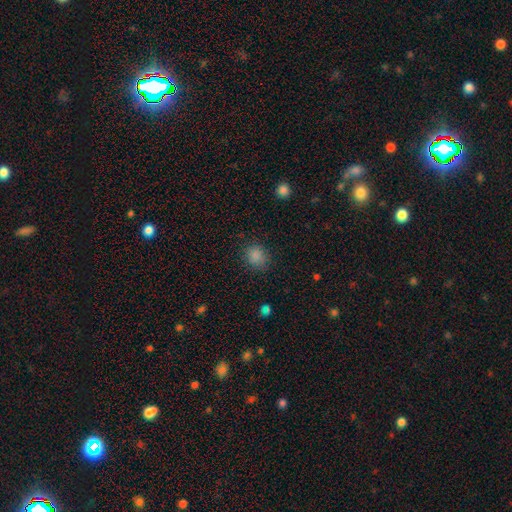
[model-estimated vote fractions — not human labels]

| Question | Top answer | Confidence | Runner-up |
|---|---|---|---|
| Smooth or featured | smooth | 82% | star or artifact (14%) |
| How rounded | round | 77% | in between (22%) |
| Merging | none | 84% | minor disturbance (11%) |